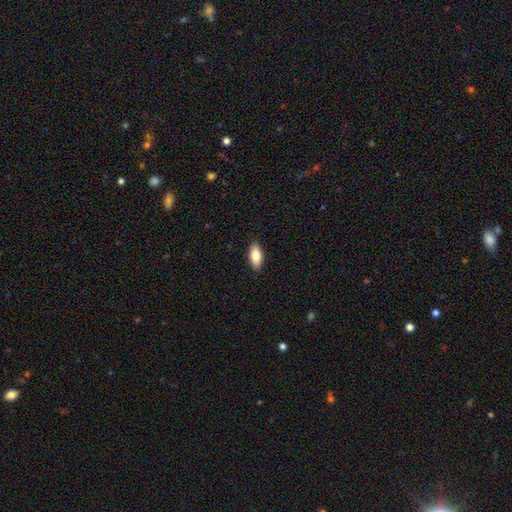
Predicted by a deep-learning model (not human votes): A smooth galaxy with no disk features (81%) that is in between round and cigar-shaped (88%). Merging: none (89%).